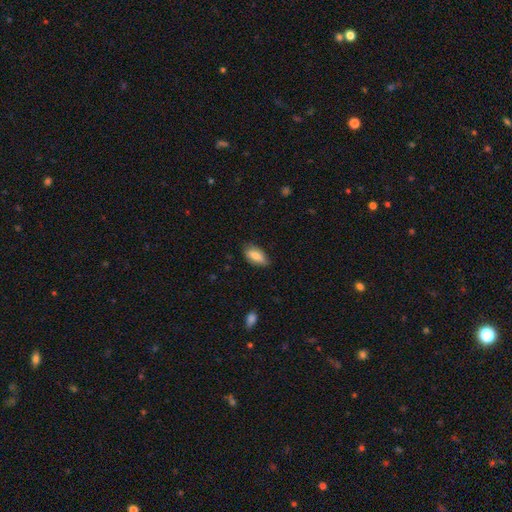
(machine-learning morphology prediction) This appears to be a smooth galaxy with no disk features (81%) that is in between round and cigar-shaped (90%). Merging: none (74%).